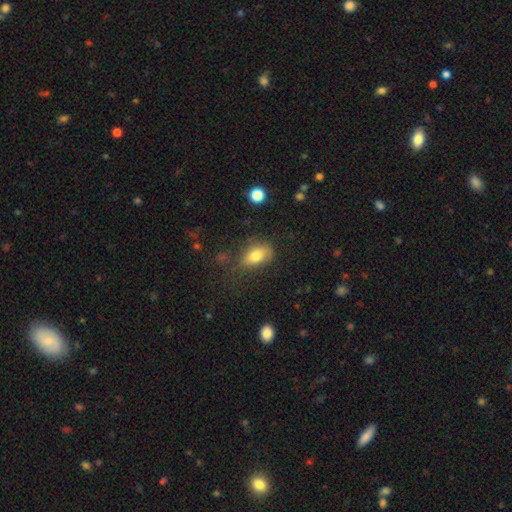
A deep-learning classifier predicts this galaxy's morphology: Smooth or featured? Predicted: smooth (p=0.78). How rounded? Predicted: in between (p=0.85). Merging? Predicted: none (p=0.57).